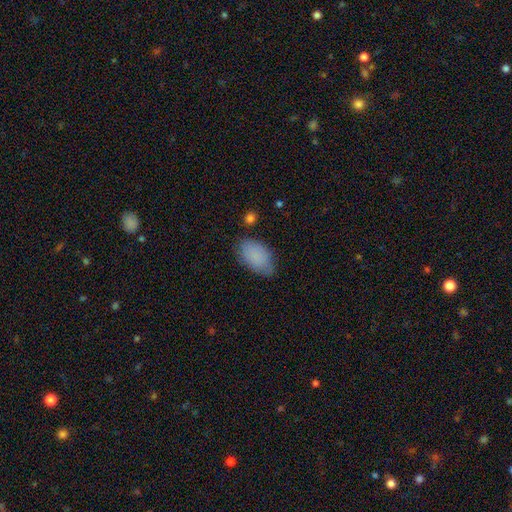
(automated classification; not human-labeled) smooth_or_featured: smooth (p=0.86) [alt: star or artifact p=0.07]
how_rounded: in between (p=0.93) [alt: round p=0.05]
merging: none (p=0.68) [alt: minor disturbance p=0.24]